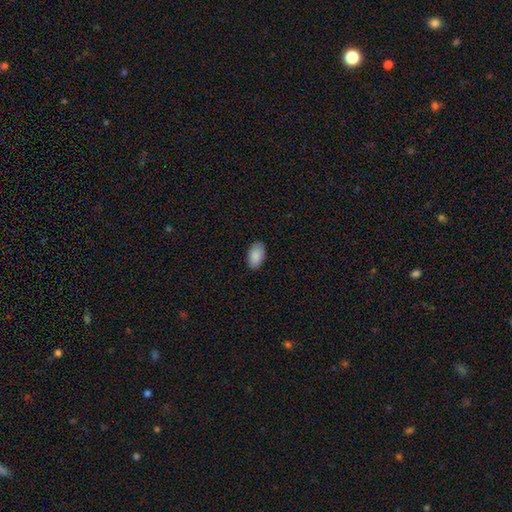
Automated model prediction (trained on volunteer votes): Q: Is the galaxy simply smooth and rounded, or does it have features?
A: smooth — 89%.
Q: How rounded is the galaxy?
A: in between — 95%.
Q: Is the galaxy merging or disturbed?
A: none — 87%.